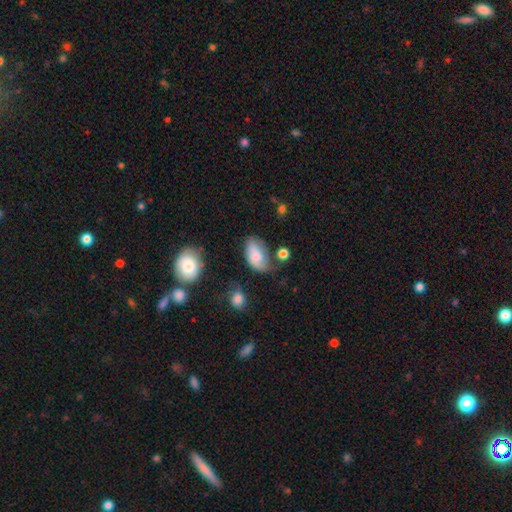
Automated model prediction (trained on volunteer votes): smooth-or-featured: smooth: 63% | featured or disk: 29% | star or artifact: 8%
  how-rounded: in between: 91% | round: 7% | cigar-shaped: 2%
  merging: none: 39% | minor disturbance: 33% | major disturbance: 20% | merger: 8%